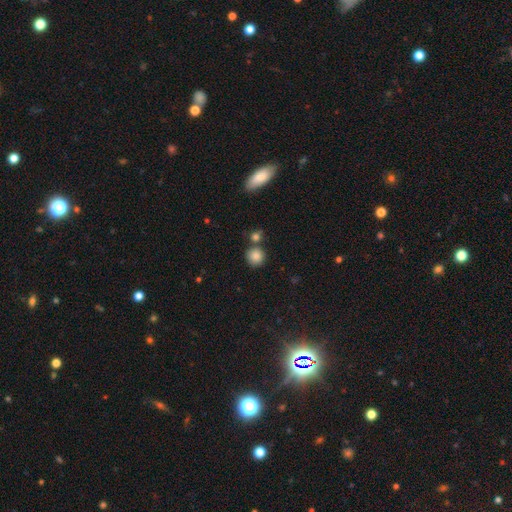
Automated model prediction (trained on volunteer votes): A smooth galaxy with no disk features (85%) that is round (90%).

Vote fractions:
- Smooth or featured? smooth: 85% / star or artifact: 10% / featured or disk: 5%
- How rounded? round: 90% / in between: 9% / cigar-shaped: 1%
- Merging? none: 70% / merger: 18% / minor disturbance: 10% / major disturbance: 3%